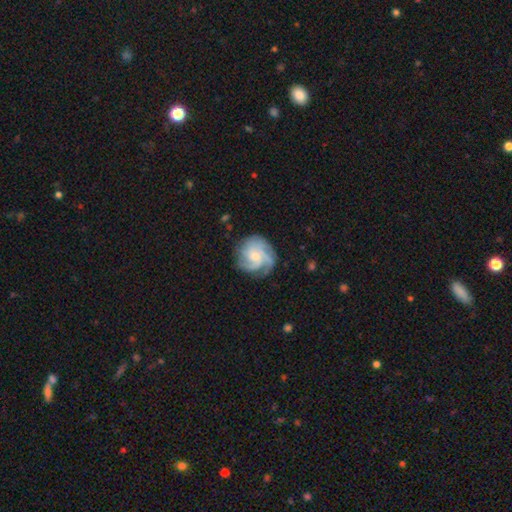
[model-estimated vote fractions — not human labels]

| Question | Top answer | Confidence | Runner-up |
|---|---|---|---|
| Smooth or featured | featured or disk | 78% | smooth (16%) |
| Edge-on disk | no | 98% | yes (2%) |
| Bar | no | 70% | weak (26%) |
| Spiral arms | yes | 96% | no (4%) |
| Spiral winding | tight | 50% | medium (38%) |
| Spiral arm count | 3 | 35% | 4 (24%) |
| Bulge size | small | 52% | moderate (39%) |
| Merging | none | 74% | minor disturbance (17%) |